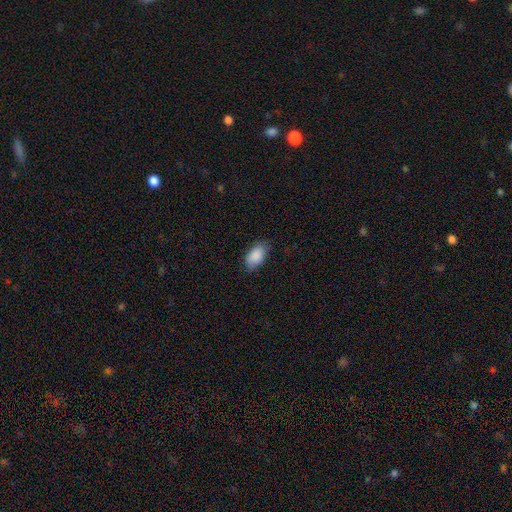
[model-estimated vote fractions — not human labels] This is clearly a smooth galaxy (88%). How rounded: clearly in between (93%). Merging: likely none (77%).